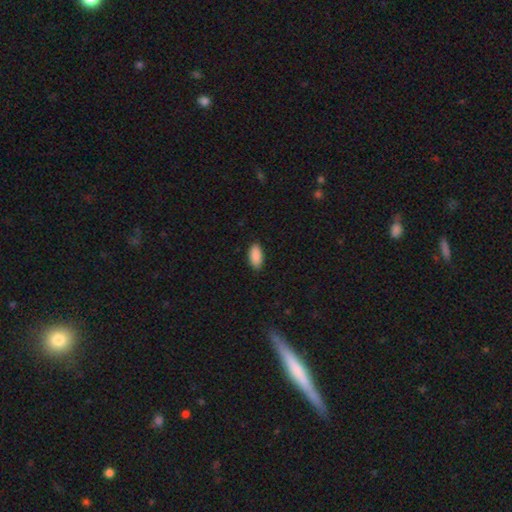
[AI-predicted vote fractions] A smooth galaxy with no disk features (90%) that is in between round and cigar-shaped (91%).

Vote fractions:
- Smooth or featured? smooth: 90% / star or artifact: 6% / featured or disk: 3%
- How rounded? in between: 91% / cigar-shaped: 7% / round: 2%
- Merging? none: 88% / minor disturbance: 9% / major disturbance: 2% / merger: 1%